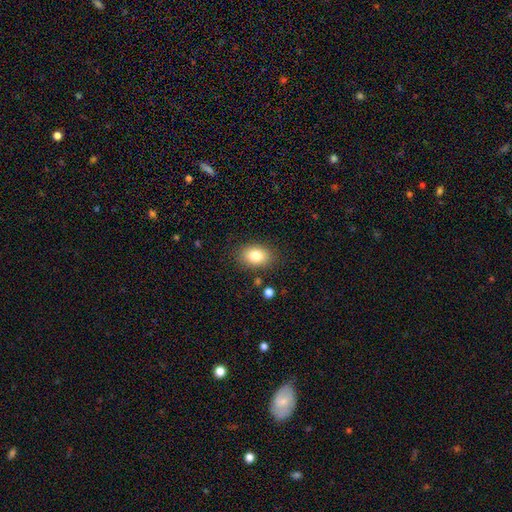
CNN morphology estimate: type=smooth (82%); roundness=in between (77%); merging=none (85%).